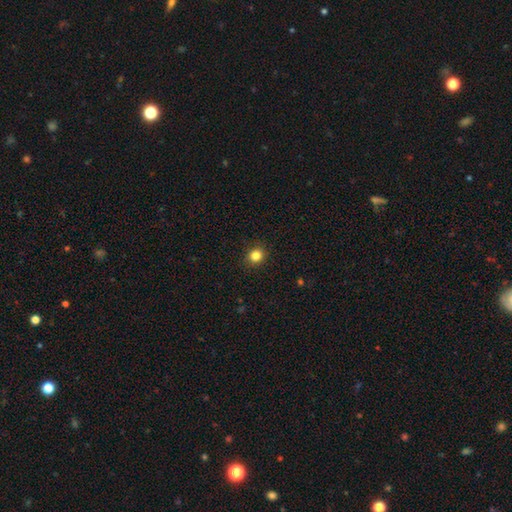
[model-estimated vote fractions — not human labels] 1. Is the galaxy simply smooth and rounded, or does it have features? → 84% smooth, 12% star or artifact, 5% featured or disk.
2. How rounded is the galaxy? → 79% round, 20% in between, 1% cigar-shaped.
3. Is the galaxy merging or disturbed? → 90% none, 7% minor disturbance, 2% major disturbance, 1% merger.